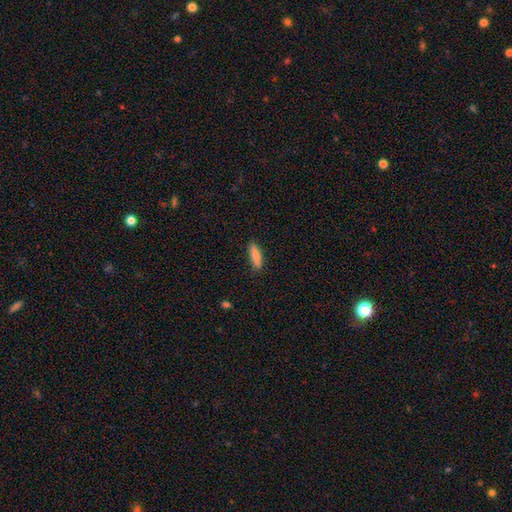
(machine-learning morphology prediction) The model was most divided on "how rounded": cigar-shaped: 63%, in between: 35%, round: 2%. More confident: merging — none (87%); smooth or featured — smooth (86%).